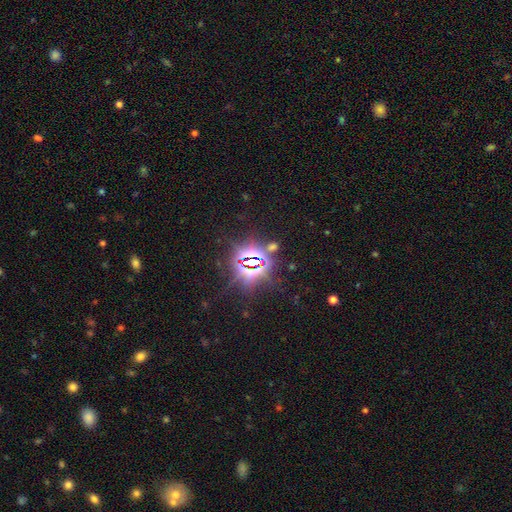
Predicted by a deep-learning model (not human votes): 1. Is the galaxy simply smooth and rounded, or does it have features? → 83% star or artifact, 11% smooth, 6% featured or disk.